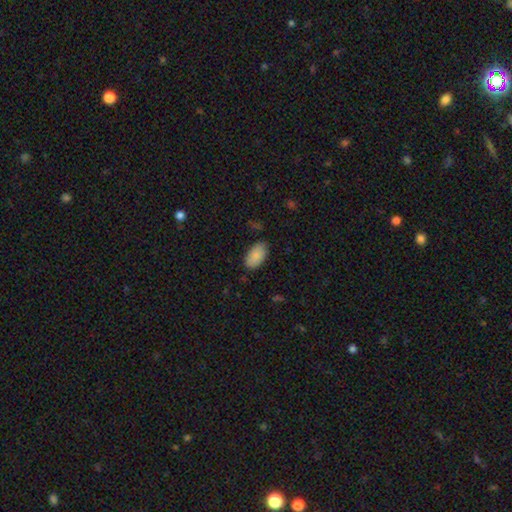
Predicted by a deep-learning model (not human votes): Smooth or featured: smooth — 86% (featured or disk — 7%)
How rounded: in between — 94% (round — 4%)
Merging: none — 82% (minor disturbance — 14%)